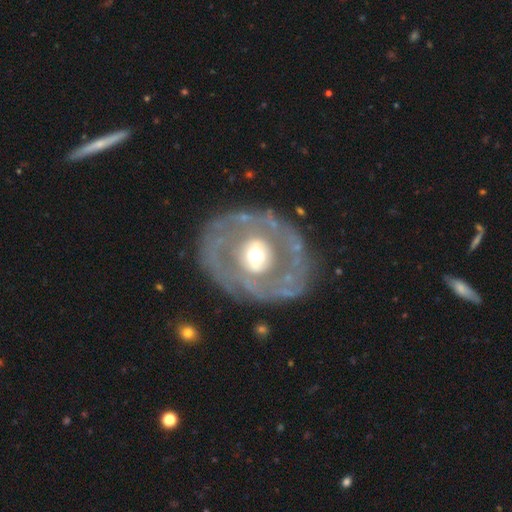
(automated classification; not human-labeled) The model was most divided on "spiral arms": no: 60%, yes: 40%. More confident: edge-on disk — no (95%); smooth or featured — featured or disk (73%); merging — none (67%); bulge size — moderate (62%); bar — no (59%).